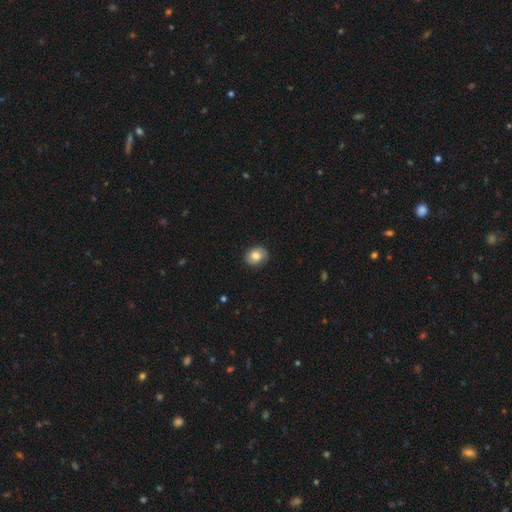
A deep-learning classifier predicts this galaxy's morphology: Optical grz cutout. It shows a smooth galaxy with no disk features (78%) that is round (50%). Merging: none (84%).